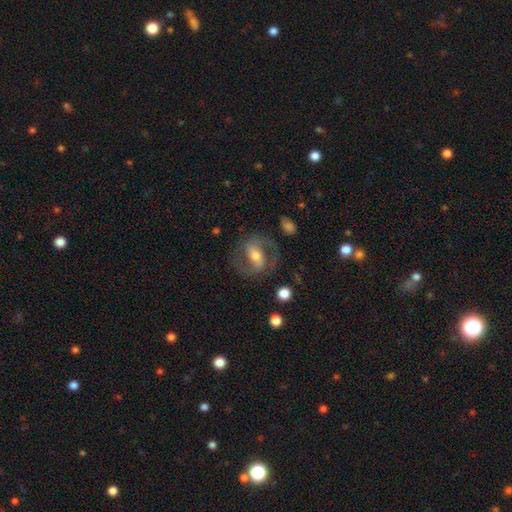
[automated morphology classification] smooth-or-featured: featured or disk: 74% | smooth: 19% | star or artifact: 7%
  disk-edge-on: no: 94% | yes: 6%
    bar: strong: 48% | weak: 35% | no: 17%
    has-spiral-arms: yes: 85% | no: 15%
      spiral-winding: medium: 54% | tight: 26% | loose: 19%
      spiral-arm-count: 2: 87% | can't tell: 7% | 1: 3% | 3: 1% | 4: 1% | more than 4: 1%
    bulge-size: moderate: 59% | small: 27% | large: 11% | none: 2% | dominant: 1%
  merging: none: 73% | minor disturbance: 14% | major disturbance: 11% | merger: 2%